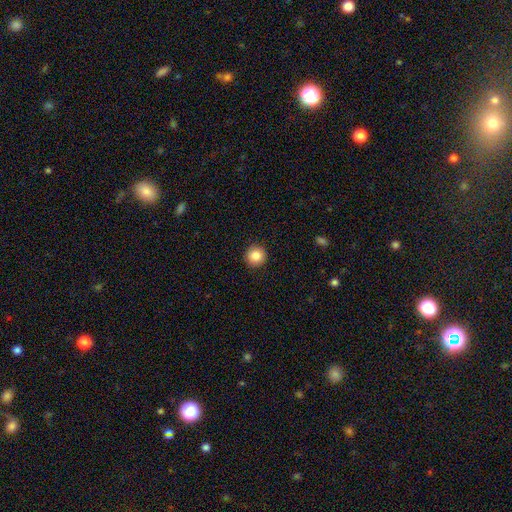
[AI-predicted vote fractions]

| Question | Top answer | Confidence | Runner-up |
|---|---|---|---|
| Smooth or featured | smooth | 86% | star or artifact (9%) |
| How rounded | round | 95% | in between (4%) |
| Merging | none | 92% | minor disturbance (5%) |